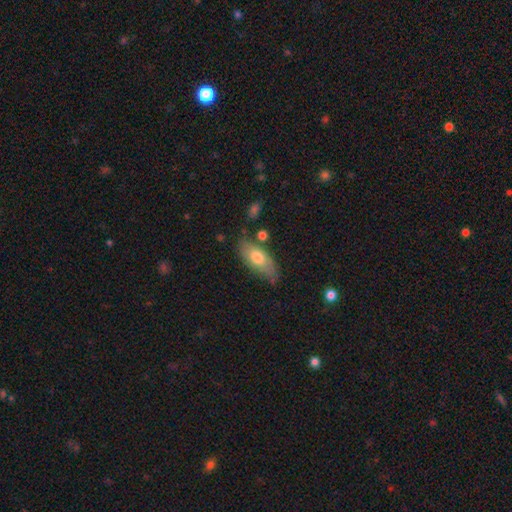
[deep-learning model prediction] Smooth or featured?
  - smooth: 66% *
  - featured or disk: 27%
  - star or artifact: 7%
How rounded?
  - in between: 82% *
  - cigar-shaped: 15%
  - round: 3%
Merging?
  - none: 72% *
  - minor disturbance: 20%
  - merger: 5%
  - major disturbance: 4%